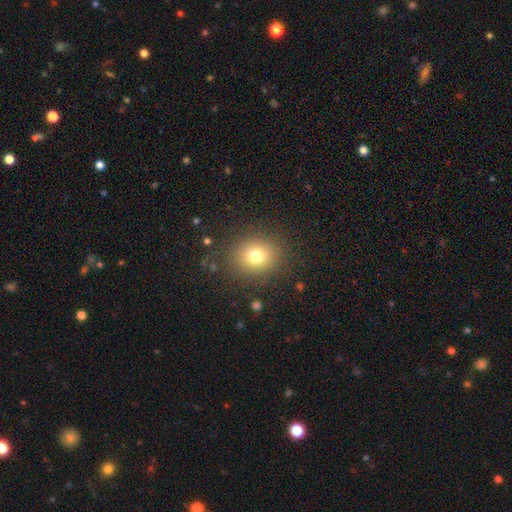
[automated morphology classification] Smooth or featured? Predicted: smooth (p=0.76). How rounded? Predicted: round (p=0.78). Merging? Predicted: none (p=0.86).